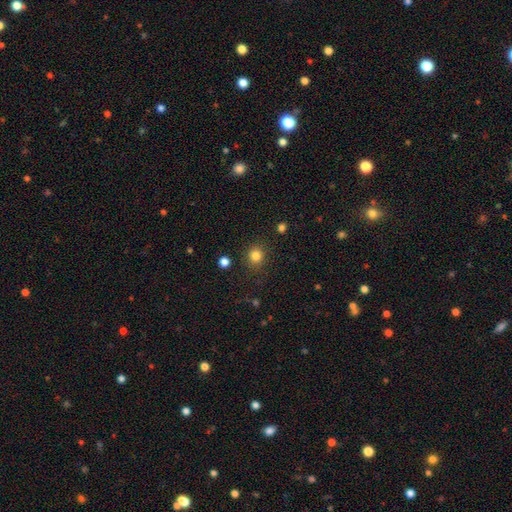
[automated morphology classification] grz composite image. It shows a smooth galaxy with no disk features (83%) that is round (87%). Merging: none (87%).